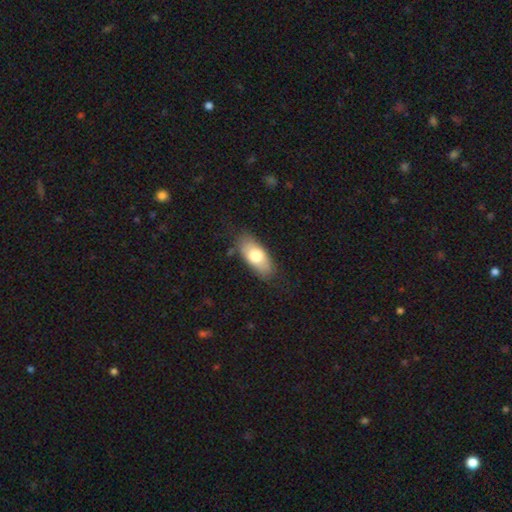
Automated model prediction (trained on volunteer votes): smooth_or_featured: smooth (p=0.74) [alt: featured or disk p=0.20]
how_rounded: in between (p=0.86) [alt: cigar-shaped p=0.11]
merging: none (p=0.78) [alt: minor disturbance p=0.16]